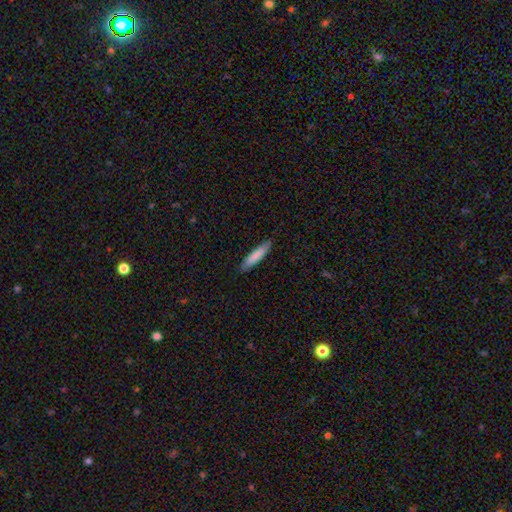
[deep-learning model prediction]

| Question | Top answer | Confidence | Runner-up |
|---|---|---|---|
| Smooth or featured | smooth | 81% | featured or disk (13%) |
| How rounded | cigar-shaped | 86% | in between (13%) |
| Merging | none | 85% | minor disturbance (12%) |